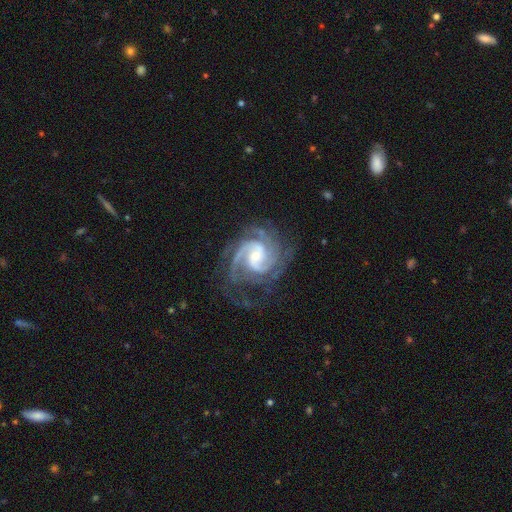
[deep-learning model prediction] Smooth or featured? featured or disk (93%)
Edge-on disk? no (98%)
Bar? weak (45%)
Spiral arms? yes (99%)
Spiral winding? tight (53%)
Spiral arm count? 2 (34%)
Bulge size? small (49%)
Merging? none (68%)